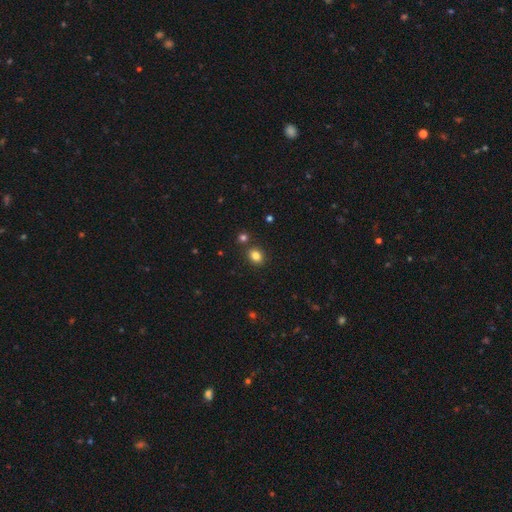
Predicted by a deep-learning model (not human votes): Smooth or featured? smooth (82%)
How rounded? in between (51%)
Merging? none (81%)